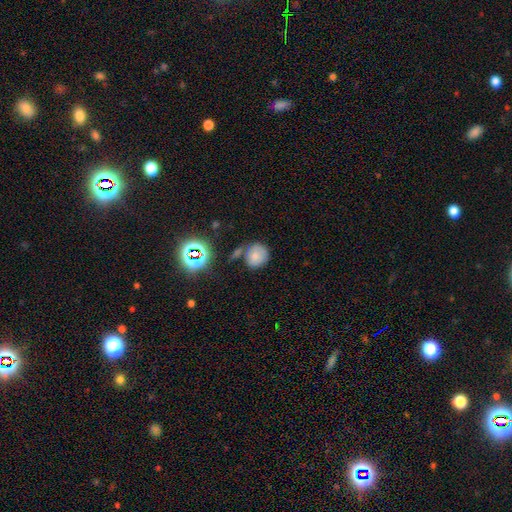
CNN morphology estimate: This is likely a smooth galaxy (70%). How rounded: clearly round (83%). Merging: possibly none (57%).